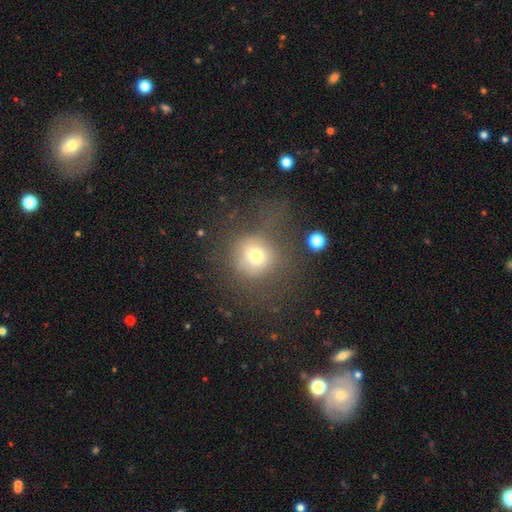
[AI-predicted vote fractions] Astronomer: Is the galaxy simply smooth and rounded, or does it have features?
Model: smooth — 69%.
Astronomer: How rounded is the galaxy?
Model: round — 89%.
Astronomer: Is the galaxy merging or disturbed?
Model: none — 54%.